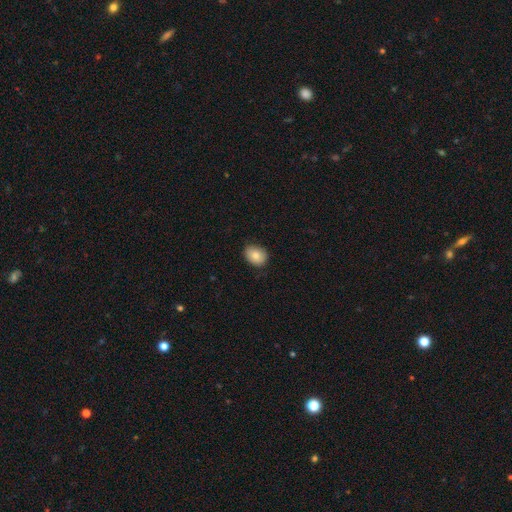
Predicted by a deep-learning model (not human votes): Smooth or featured?
  - smooth: 84% *
  - featured or disk: 8%
  - star or artifact: 8%
How rounded?
  - in between: 54% *
  - round: 45%
  - cigar-shaped: 1%
Merging?
  - none: 82% *
  - minor disturbance: 14%
  - major disturbance: 2%
  - merger: 1%